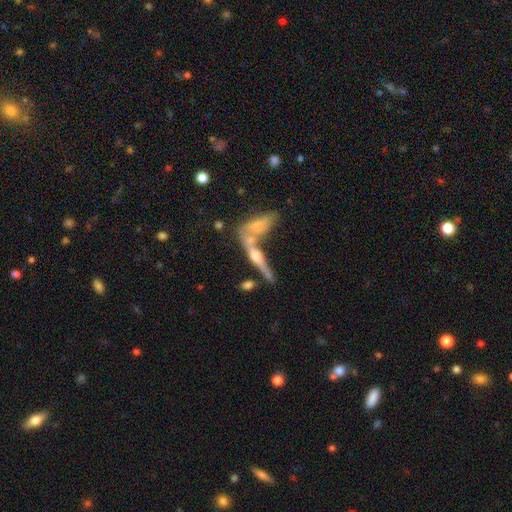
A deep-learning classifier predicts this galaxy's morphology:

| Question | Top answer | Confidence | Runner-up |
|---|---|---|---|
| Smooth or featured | featured or disk | 68% | smooth (24%) |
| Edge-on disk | yes | 92% | no (8%) |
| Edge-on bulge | rounded | 88% | boxy (7%) |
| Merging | none | 48% | merger (35%) |